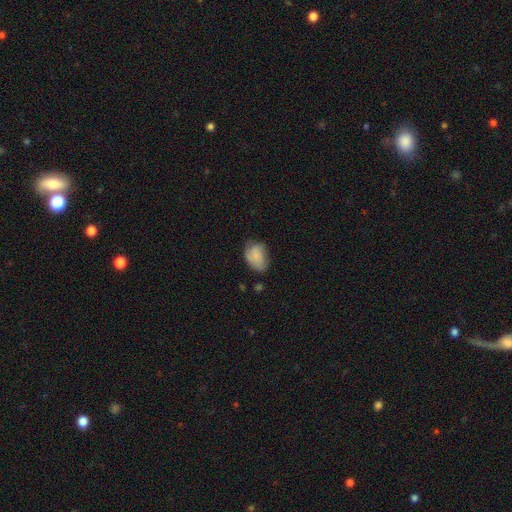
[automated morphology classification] smooth_or_featured: smooth (p=0.73) [alt: featured or disk p=0.20]
how_rounded: in between (p=0.80) [alt: round p=0.18]
merging: none (p=0.51) [alt: minor disturbance p=0.36]